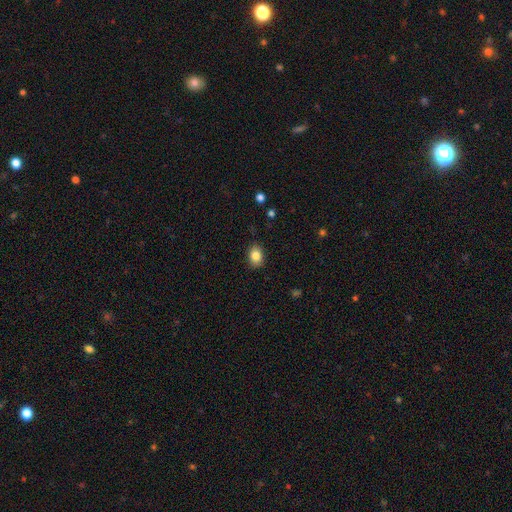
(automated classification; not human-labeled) smooth 85%, star or artifact 8%, featured or disk 6%. Down the decision tree: how rounded — in between (74%); merging — none (86%).